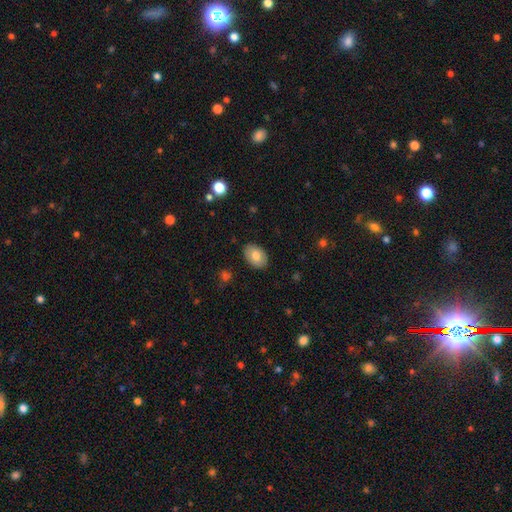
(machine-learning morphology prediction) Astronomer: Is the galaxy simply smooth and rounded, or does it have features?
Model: smooth — 77%.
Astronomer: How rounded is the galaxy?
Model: in between — 86%.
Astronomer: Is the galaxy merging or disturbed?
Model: none — 87%.